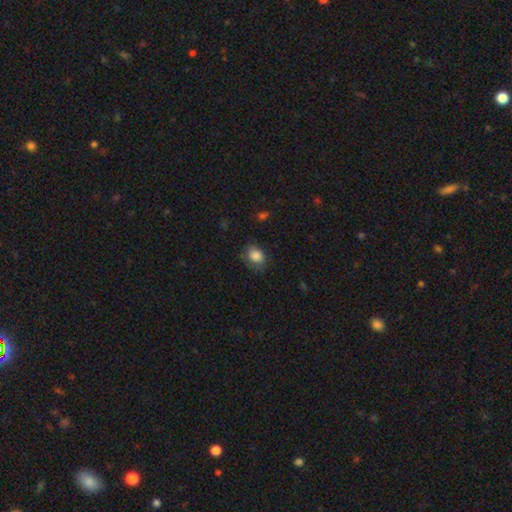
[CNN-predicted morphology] Overall: smooth (84%). How rounded: in between (64%; round 35%). Merging: none (64%; minor disturbance 26%).